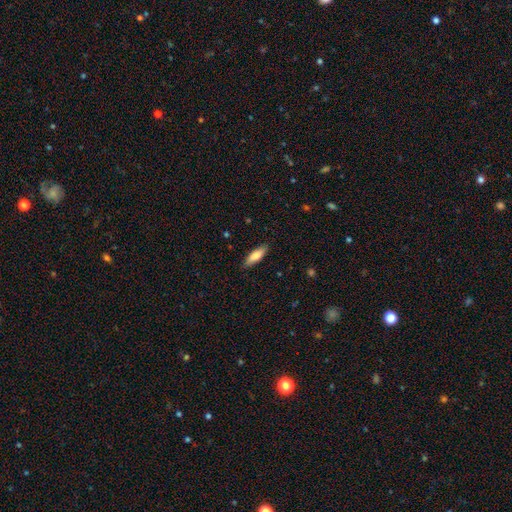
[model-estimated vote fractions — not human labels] Smooth or featured? smooth (79%)
How rounded? in between (52%)
Merging? none (87%)